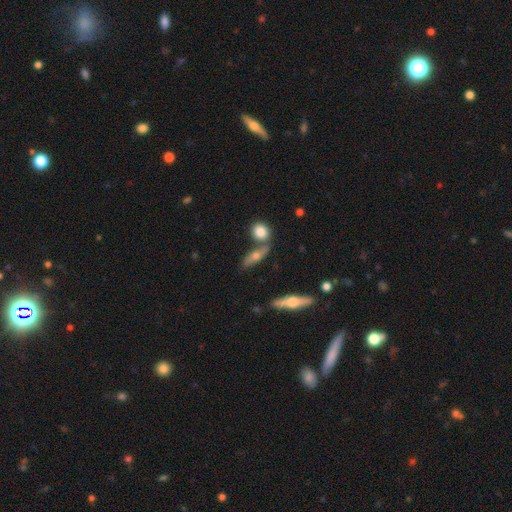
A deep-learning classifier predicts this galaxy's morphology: smooth-or-featured: smooth: 49% | featured or disk: 42% | star or artifact: 9%
  merging: none: 62% | merger: 20% | minor disturbance: 13% | major disturbance: 4%